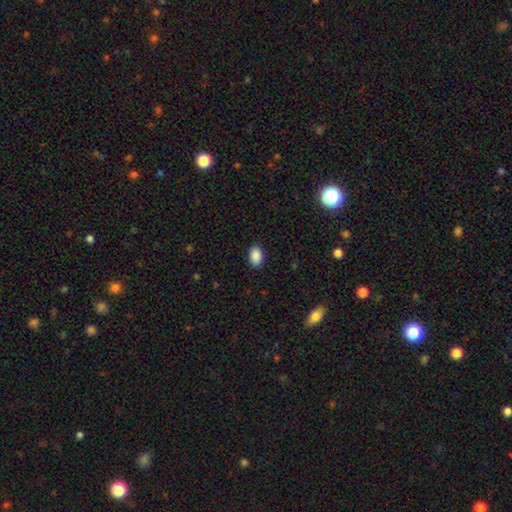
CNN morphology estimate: smooth_or_featured: smooth (p=0.90) [alt: star or artifact p=0.08]
how_rounded: in between (p=0.85) [alt: round p=0.14]
merging: none (p=0.89) [alt: minor disturbance p=0.08]